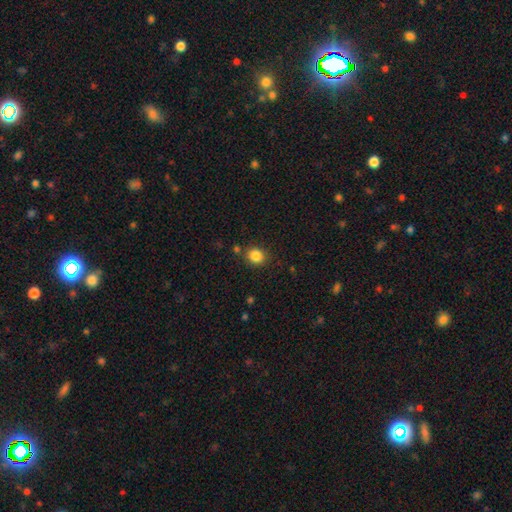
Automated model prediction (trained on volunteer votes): A smooth galaxy with no disk features (85%) that is round (75%). Merging: none (83%).